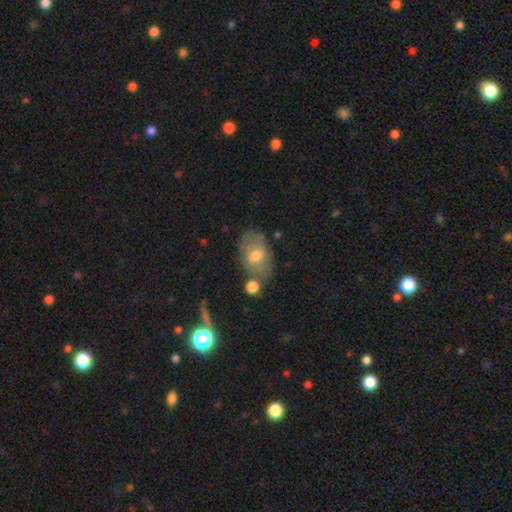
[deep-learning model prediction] Overall: smooth (56%; featured or disk 33%). How rounded: in between (85%). Merging: none (65%).